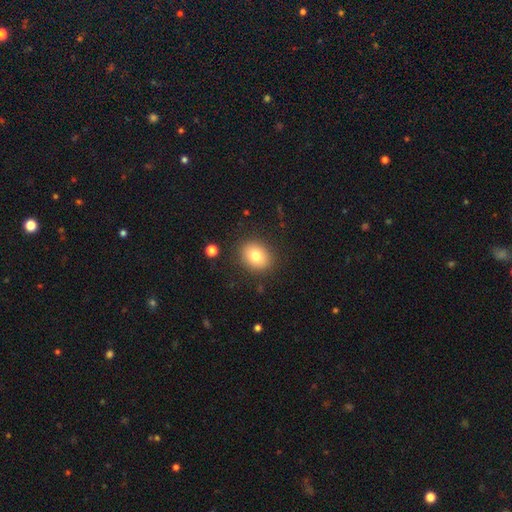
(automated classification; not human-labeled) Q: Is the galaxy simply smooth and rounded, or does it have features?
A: smooth — 79%.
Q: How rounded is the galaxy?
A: round — 59%.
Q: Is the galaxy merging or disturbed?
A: none — 88%.